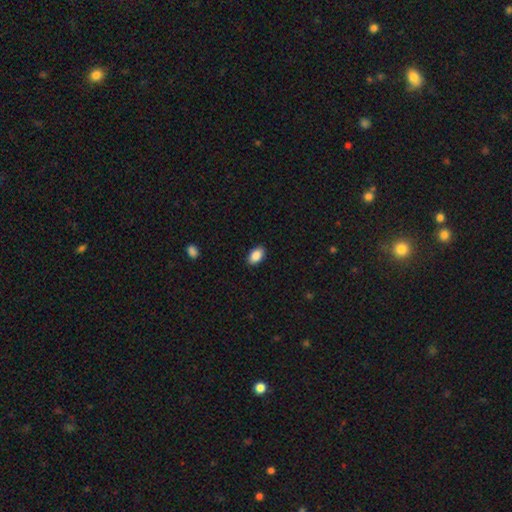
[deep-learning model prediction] Overall: smooth (89%). How rounded: in between (92%). Merging: none (89%).